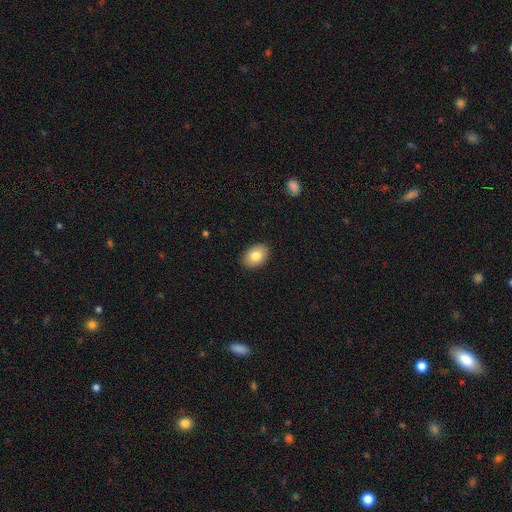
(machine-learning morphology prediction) Q: Smooth or featured?
A: smooth (82%); runner-up: featured or disk (10%)
Q: How rounded?
A: in between (81%); runner-up: round (18%)
Q: Merging?
A: none (90%); runner-up: minor disturbance (7%)